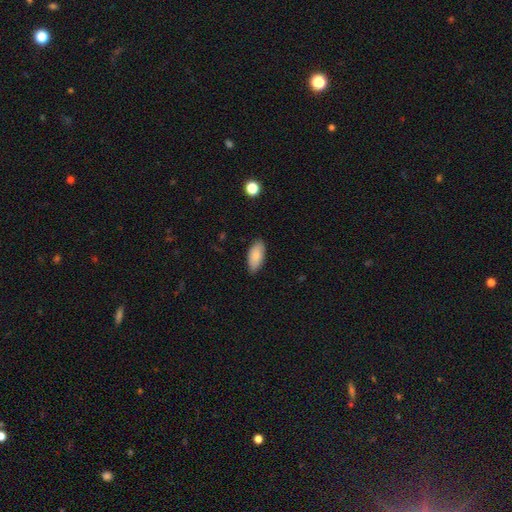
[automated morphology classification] Smooth or featured: smooth — 85% (featured or disk — 9%)
How rounded: in between — 91% (cigar-shaped — 7%)
Merging: none — 85% (minor disturbance — 12%)